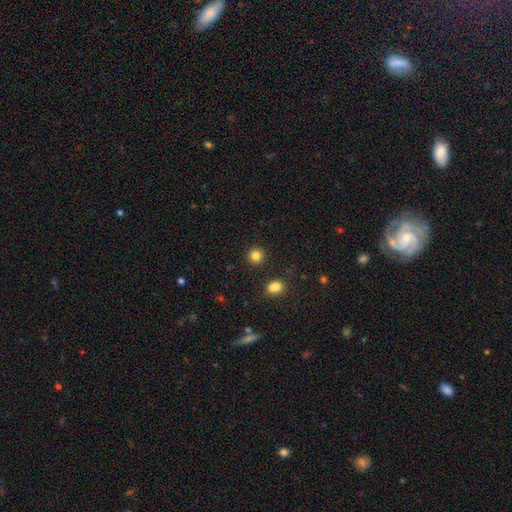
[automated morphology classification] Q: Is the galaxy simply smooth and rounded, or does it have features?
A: smooth — 84%.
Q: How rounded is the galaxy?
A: round — 92%.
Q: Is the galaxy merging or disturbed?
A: none — 91%.